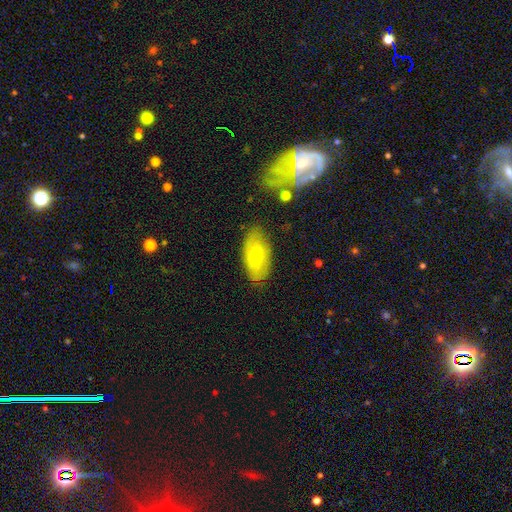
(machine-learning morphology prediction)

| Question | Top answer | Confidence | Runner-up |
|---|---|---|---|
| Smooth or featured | smooth | 61% | featured or disk (32%) |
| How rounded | in between | 92% | round (4%) |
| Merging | none | 80% | minor disturbance (15%) |